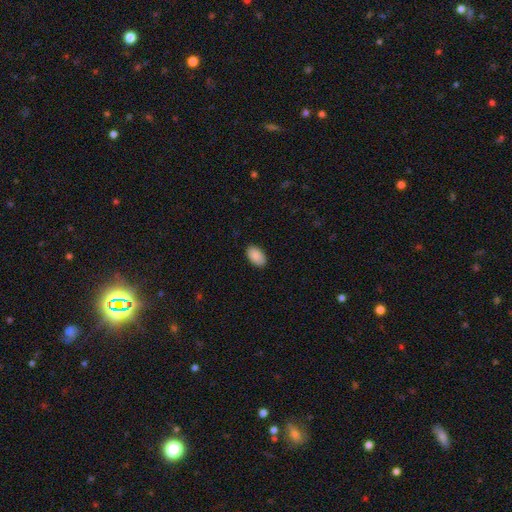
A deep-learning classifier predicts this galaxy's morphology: smooth 90%, star or artifact 6%, featured or disk 4%. Down the decision tree: how rounded — in between (94%); merging — none (88%).